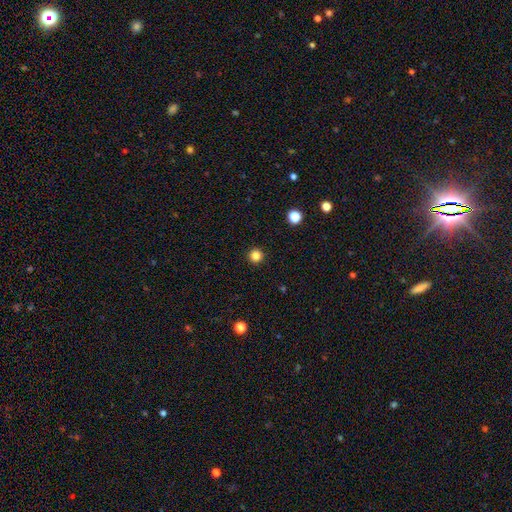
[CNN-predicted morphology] A smooth galaxy with no disk features (83%) that is round (96%).

Vote fractions:
- Smooth or featured? smooth: 83% / star or artifact: 13% / featured or disk: 4%
- How rounded? round: 96% / in between: 3% / cigar-shaped: 1%
- Merging? none: 93% / minor disturbance: 4% / major disturbance: 2% / merger: 1%